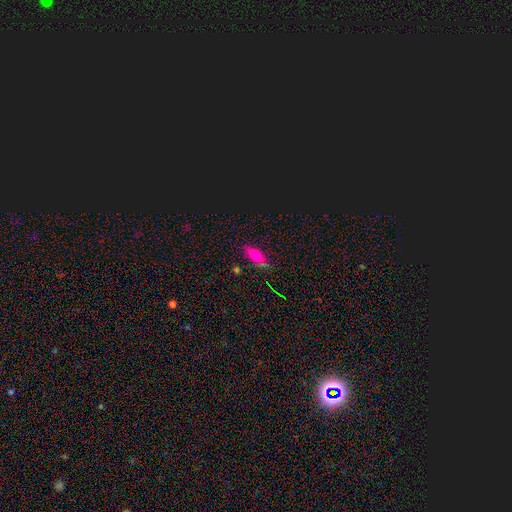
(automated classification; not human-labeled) A smooth galaxy with no disk features (68%) that is in between round and cigar-shaped (77%). Merging: none (75%).